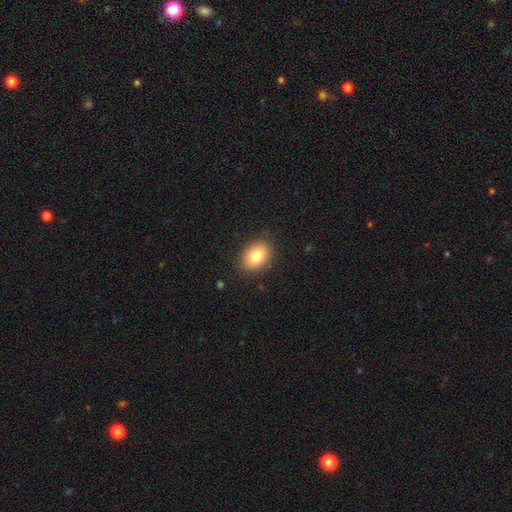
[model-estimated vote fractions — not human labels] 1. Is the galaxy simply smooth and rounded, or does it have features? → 81% smooth, 10% featured or disk, 8% star or artifact.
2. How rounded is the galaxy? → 74% in between, 25% round, 1% cigar-shaped.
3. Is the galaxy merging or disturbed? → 86% none, 10% minor disturbance, 3% major disturbance, 1% merger.